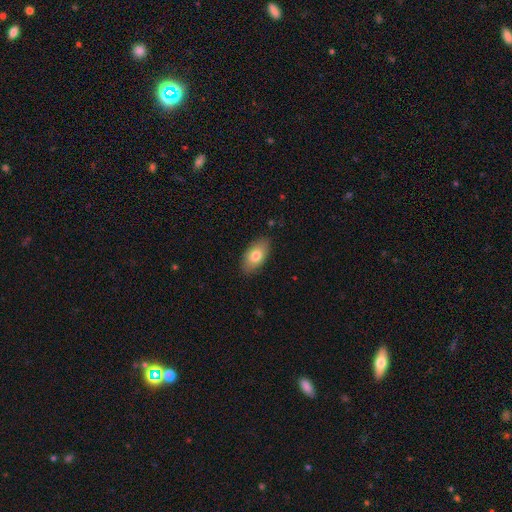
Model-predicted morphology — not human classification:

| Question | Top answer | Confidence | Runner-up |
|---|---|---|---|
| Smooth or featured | smooth | 78% | featured or disk (16%) |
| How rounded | in between | 93% | round (4%) |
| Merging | none | 86% | minor disturbance (11%) |